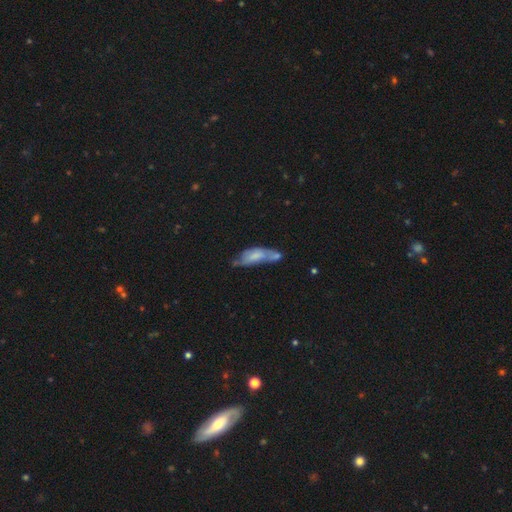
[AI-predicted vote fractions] The model was most divided on "merging": merger: 32%, none: 25%, minor disturbance: 25%, major disturbance: 18%. More confident: how rounded — in between (64%); smooth or featured — smooth (56%).